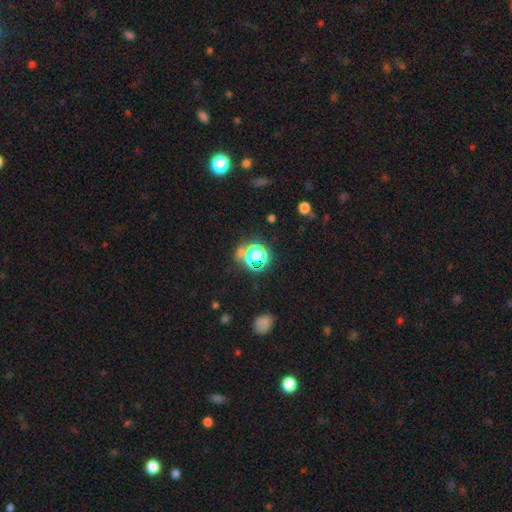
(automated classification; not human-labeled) This is possibly a star or artifact rather than a galaxy (52%).